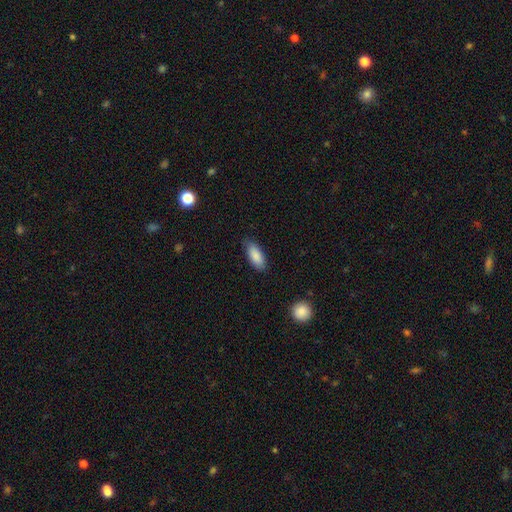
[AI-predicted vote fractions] Smooth or featured? smooth (88%)
How rounded? in between (83%)
Merging? none (80%)